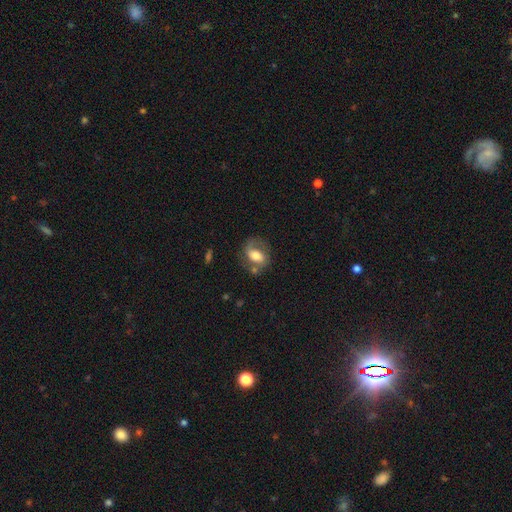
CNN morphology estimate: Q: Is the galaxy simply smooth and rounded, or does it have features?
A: featured or disk — 50%.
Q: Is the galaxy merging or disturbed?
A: none — 56%.